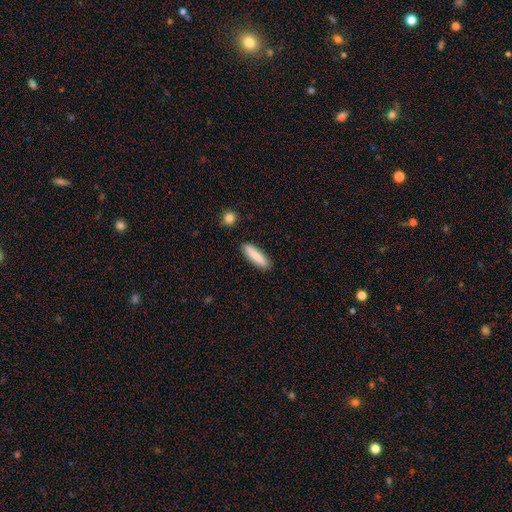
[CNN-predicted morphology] This appears to be a smooth galaxy with no disk features (77%) that is cigar-shaped (67%). Merging: none (88%).